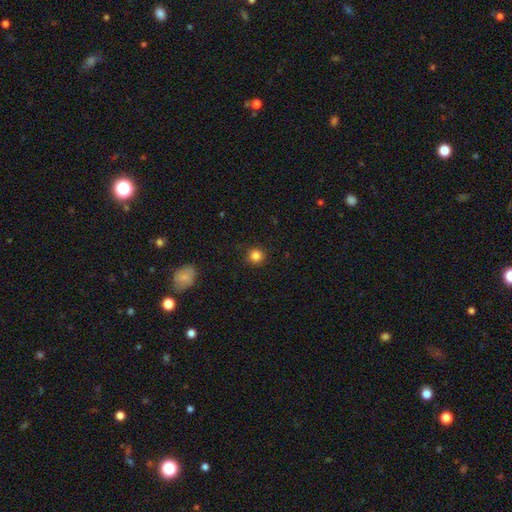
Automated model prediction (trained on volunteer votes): The model was most divided on "smooth or featured": smooth: 84%, star or artifact: 12%, featured or disk: 4%. More confident: how rounded — round (95%); merging — none (91%).